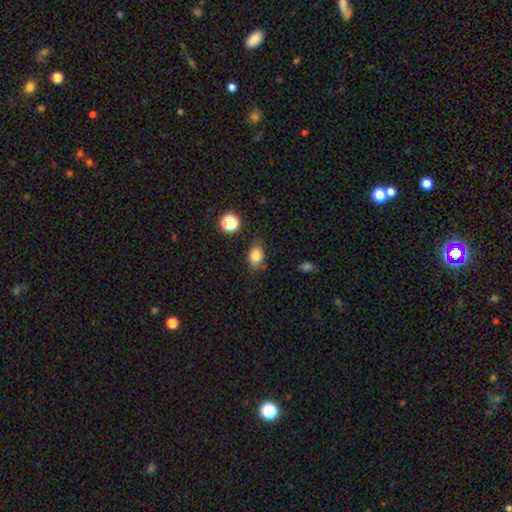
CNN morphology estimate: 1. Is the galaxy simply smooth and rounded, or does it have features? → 81% smooth, 10% star or artifact, 8% featured or disk.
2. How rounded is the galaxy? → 77% in between, 21% round, 2% cigar-shaped.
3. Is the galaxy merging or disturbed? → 72% none, 21% minor disturbance, 4% major disturbance, 3% merger.